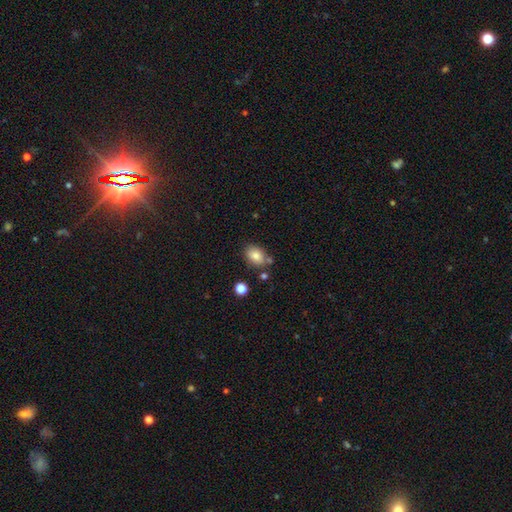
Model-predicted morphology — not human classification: This appears to be a smooth galaxy with no disk features (82%) that is in between round and cigar-shaped (77%). Merging: none (72%).